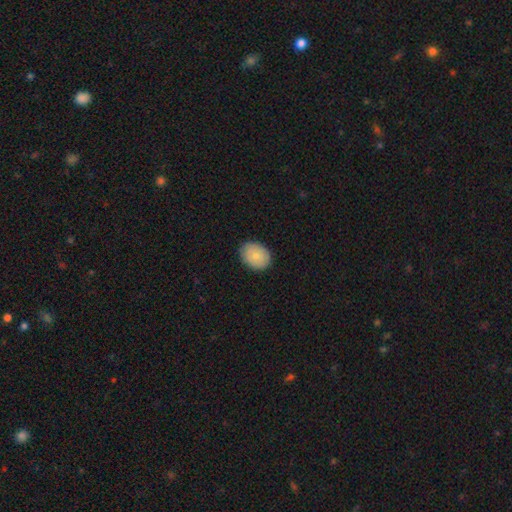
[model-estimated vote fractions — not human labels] Smooth or featured: smooth — 83% (featured or disk — 10%)
How rounded: in between — 65% (round — 34%)
Merging: none — 87% (minor disturbance — 10%)